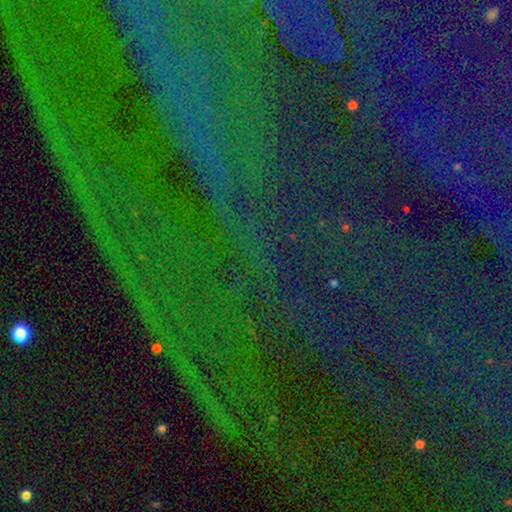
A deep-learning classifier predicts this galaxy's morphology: Smooth or featured? star or artifact (85%)